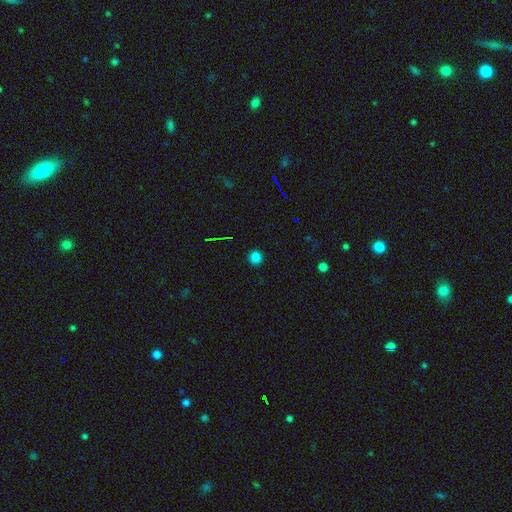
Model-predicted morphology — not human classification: This is clearly a smooth galaxy (81%). How rounded: clearly round (95%). Merging: clearly none (92%).